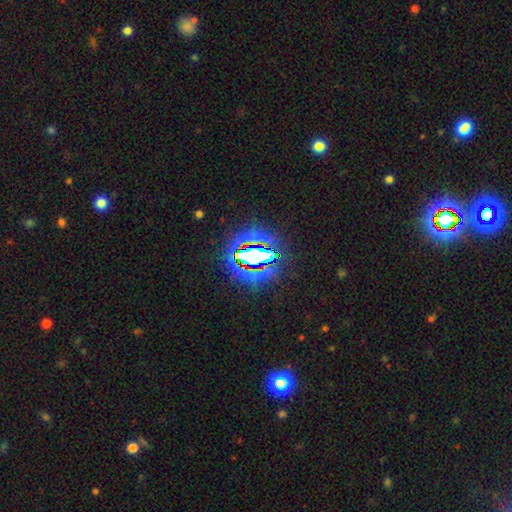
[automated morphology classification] smooth-or-featured: star or artifact: 70% | smooth: 19% | featured or disk: 12%